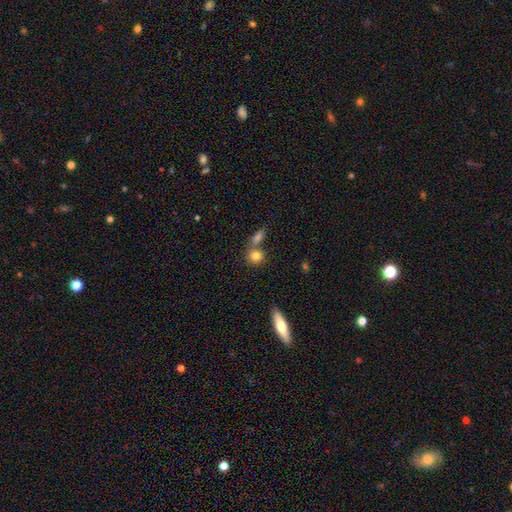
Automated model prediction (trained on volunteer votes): This appears to be a smooth galaxy with no disk features (81%) that is round (74%). Merging: none (55%).